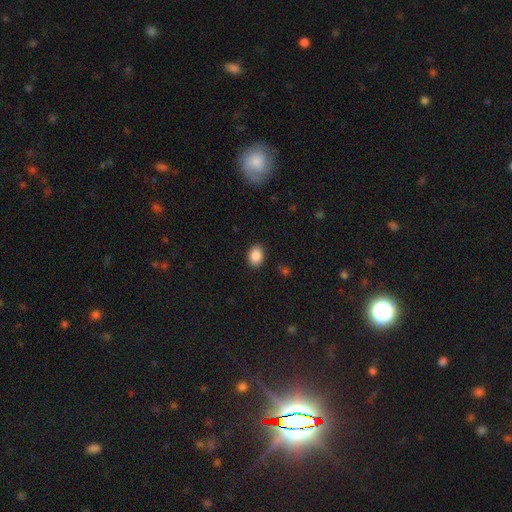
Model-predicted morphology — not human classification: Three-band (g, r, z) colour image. It shows a smooth galaxy with no disk features (88%) that is in between round and cigar-shaped (71%). Merging: none (88%).